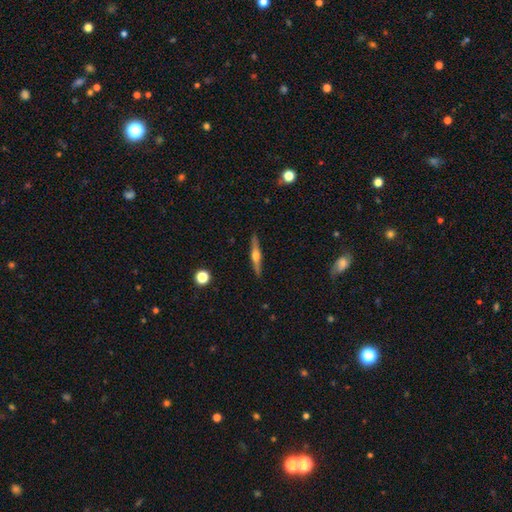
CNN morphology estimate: The model was most divided on "smooth or featured": featured or disk: 70%, smooth: 24%, star or artifact: 6%. More confident: edge-on disk — yes (97%); edge-on bulge — rounded (93%); merging — none (91%).